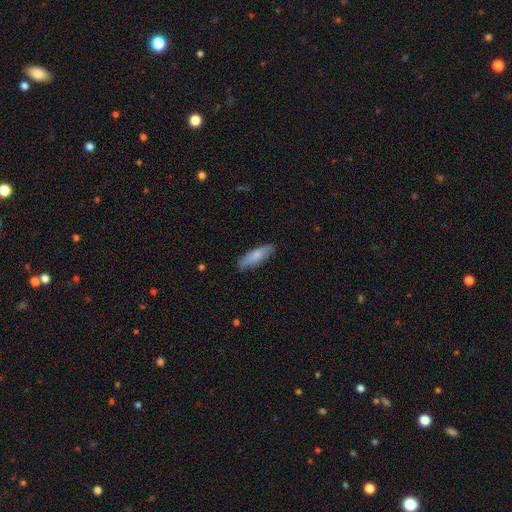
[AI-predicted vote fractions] This appears to be a smooth galaxy with no disk features (76%) that is cigar-shaped (56%). Merging: none (83%).